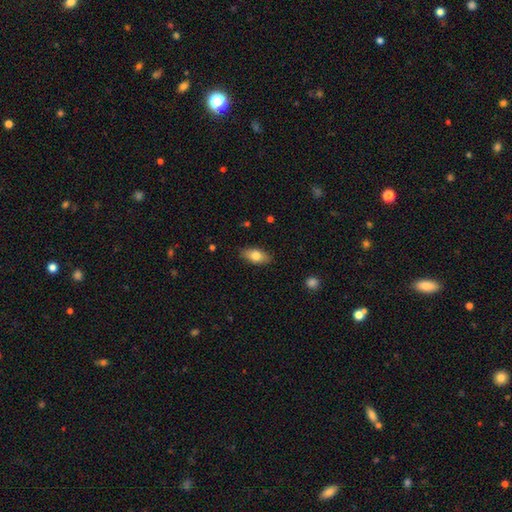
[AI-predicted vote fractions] A smooth galaxy with no disk features (76%) that is in between round and cigar-shaped (86%). Merging: none (86%).